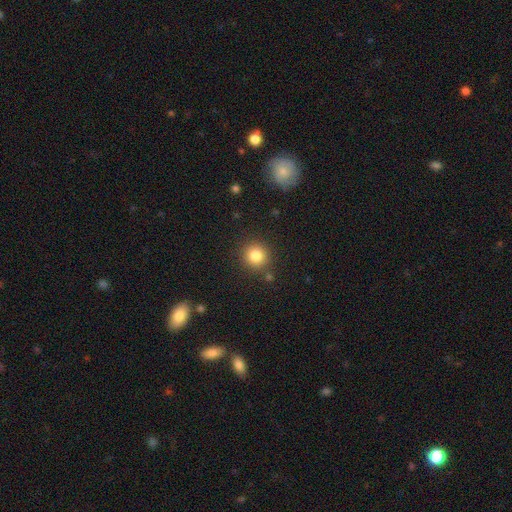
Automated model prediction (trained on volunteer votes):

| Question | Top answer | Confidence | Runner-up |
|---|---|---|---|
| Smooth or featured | smooth | 83% | star or artifact (11%) |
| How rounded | round | 93% | in between (6%) |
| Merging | none | 86% | minor disturbance (8%) |